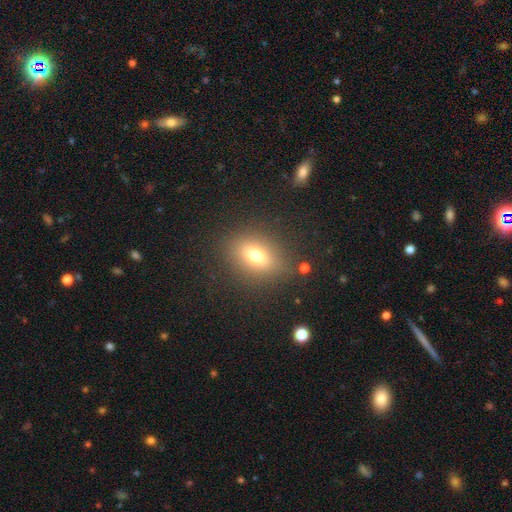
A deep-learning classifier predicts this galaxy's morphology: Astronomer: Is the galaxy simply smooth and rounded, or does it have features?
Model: smooth — 70%.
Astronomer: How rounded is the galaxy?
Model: in between — 64%.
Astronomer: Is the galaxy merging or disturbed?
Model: none — 84%.